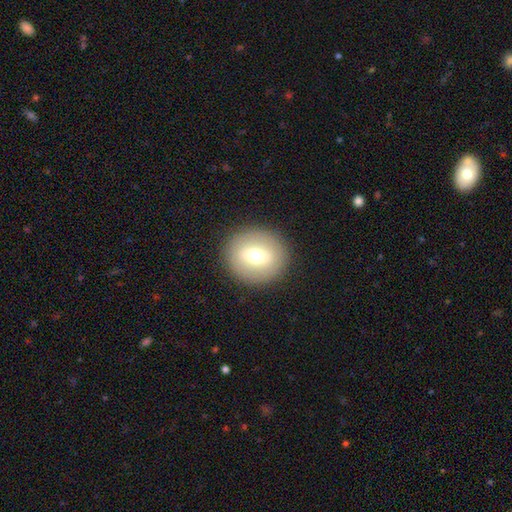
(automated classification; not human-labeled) smooth-or-featured: smooth: 62% | featured or disk: 29% | star or artifact: 9%
  how-rounded: round: 86% | in between: 13% | cigar-shaped: 1%
  merging: none: 89% | minor disturbance: 7% | major disturbance: 3% | merger: 1%